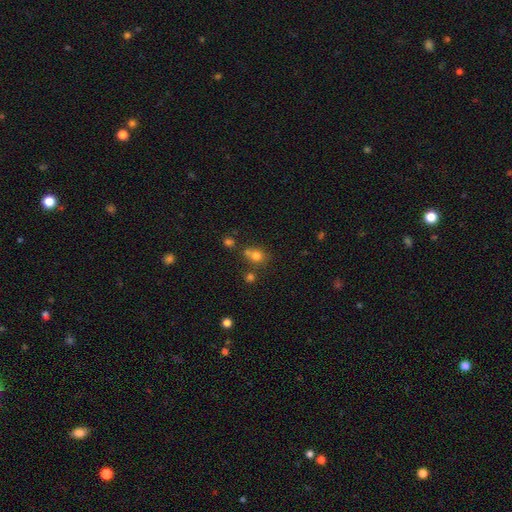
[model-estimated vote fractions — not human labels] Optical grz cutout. It shows a smooth galaxy with no disk features (74%) that is round (74%). Merging: none (51%).